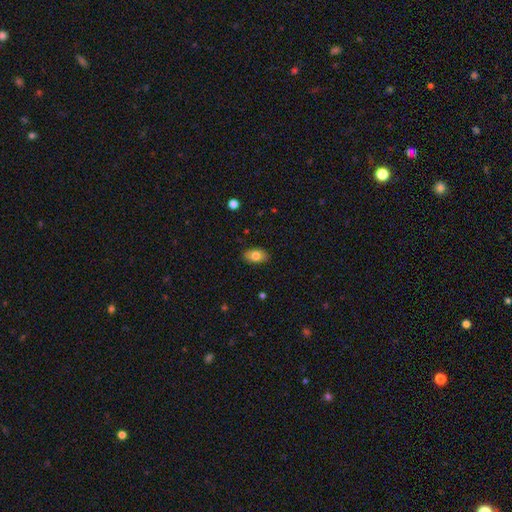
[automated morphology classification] smooth_or_featured: smooth (p=0.78) [alt: featured or disk p=0.14]
how_rounded: in between (p=0.89) [alt: round p=0.09]
merging: none (p=0.87) [alt: minor disturbance p=0.10]